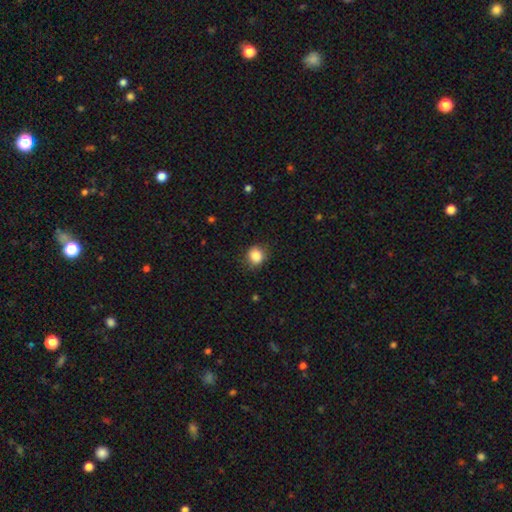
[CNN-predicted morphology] Smooth or featured? Predicted: smooth (p=0.86). How rounded? Predicted: round (p=0.78). Merging? Predicted: none (p=0.80).